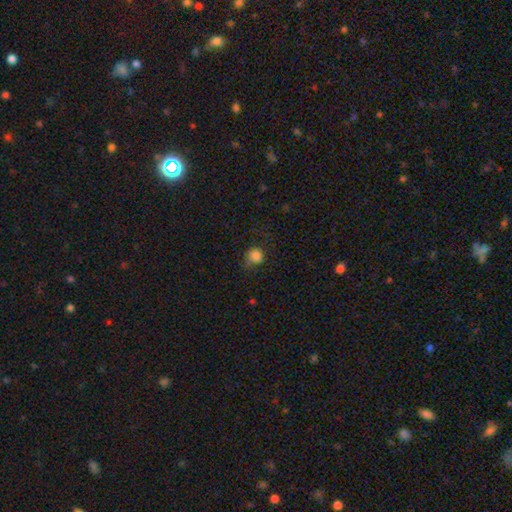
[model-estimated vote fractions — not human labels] Overall: smooth (81%). How rounded: round (77%). Merging: none (58%; minor disturbance 26%).